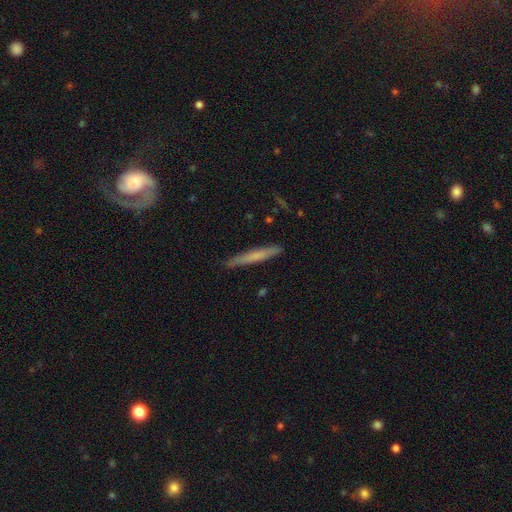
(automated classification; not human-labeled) This is possibly a smooth galaxy (59%). How rounded: clearly cigar-shaped (96%). Merging: clearly none (88%).